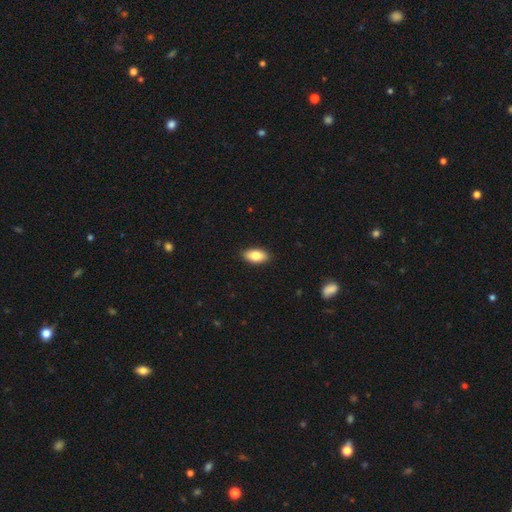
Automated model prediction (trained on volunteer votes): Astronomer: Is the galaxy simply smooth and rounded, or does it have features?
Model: smooth — 81%.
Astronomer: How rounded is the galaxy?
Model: in between — 92%.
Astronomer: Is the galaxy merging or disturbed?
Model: none — 90%.